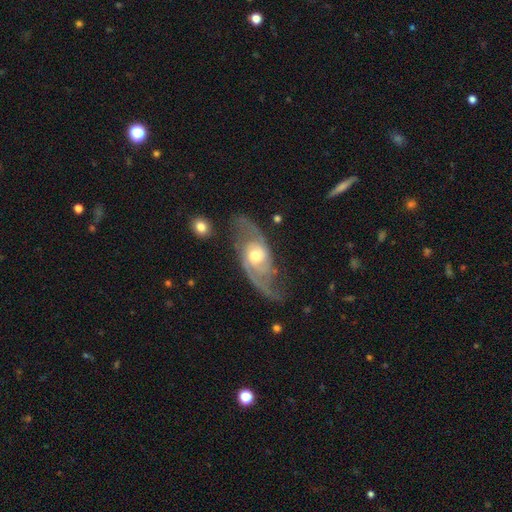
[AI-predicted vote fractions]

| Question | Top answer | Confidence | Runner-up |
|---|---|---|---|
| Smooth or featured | featured or disk | 87% | smooth (8%) |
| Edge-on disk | no | 94% | yes (6%) |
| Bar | no | 66% | weak (26%) |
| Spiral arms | yes | 95% | no (5%) |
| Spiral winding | medium | 45% | loose (35%) |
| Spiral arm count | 2 | 89% | can't tell (4%) |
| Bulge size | moderate | 66% | small (25%) |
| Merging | none | 66% | minor disturbance (18%) |